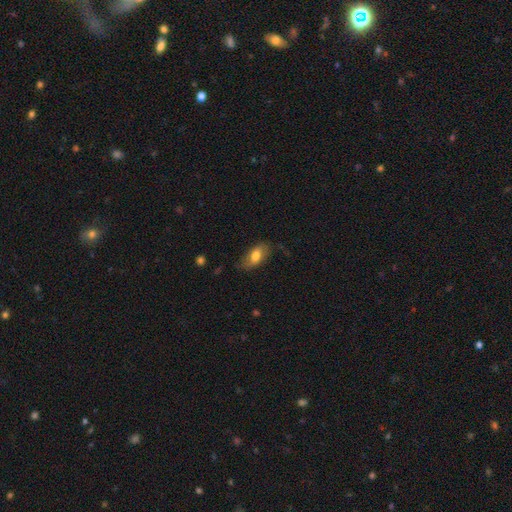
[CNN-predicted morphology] Smooth or featured? smooth (71%)
How rounded? in between (88%)
Merging? none (70%)